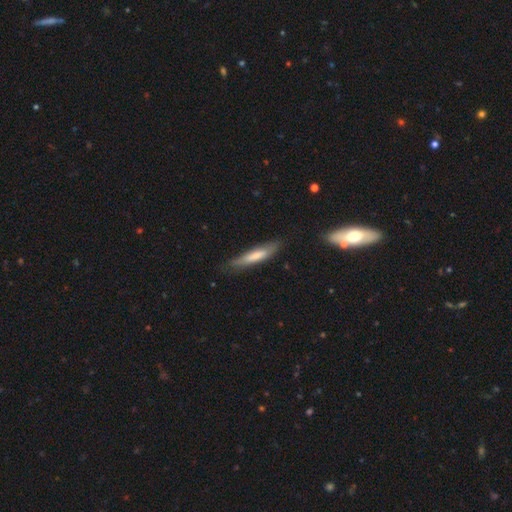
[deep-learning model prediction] A smooth galaxy with no disk features (65%) that is cigar-shaped (85%).

Vote fractions:
- Smooth or featured? smooth: 65% / featured or disk: 29% / star or artifact: 6%
- How rounded? cigar-shaped: 85% / in between: 13% / round: 1%
- Merging? none: 77% / minor disturbance: 18% / major disturbance: 4% / merger: 1%